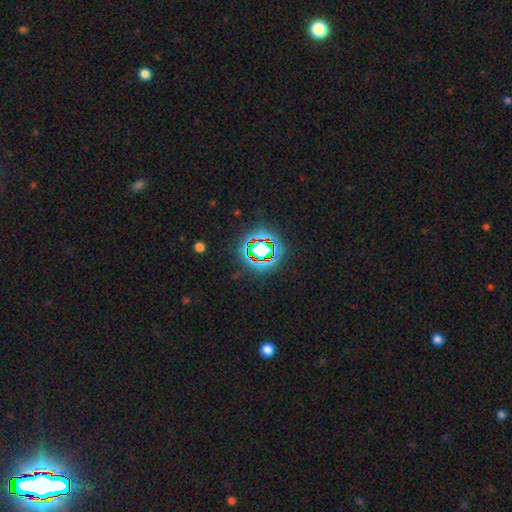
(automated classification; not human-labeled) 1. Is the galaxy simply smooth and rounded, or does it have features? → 76% star or artifact, 15% smooth, 9% featured or disk.